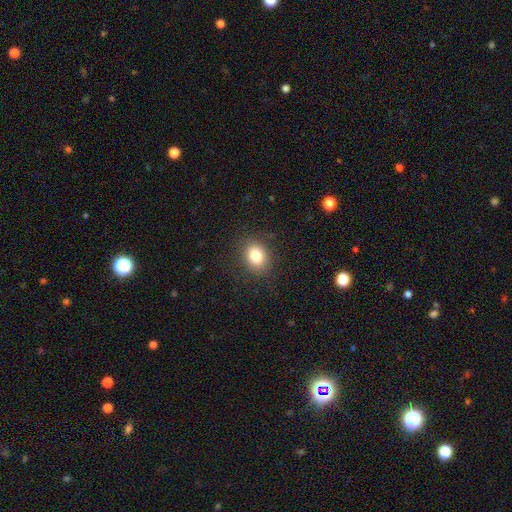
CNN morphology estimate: Overall: smooth (82%). How rounded: in between (53%; round 46%). Merging: none (86%).